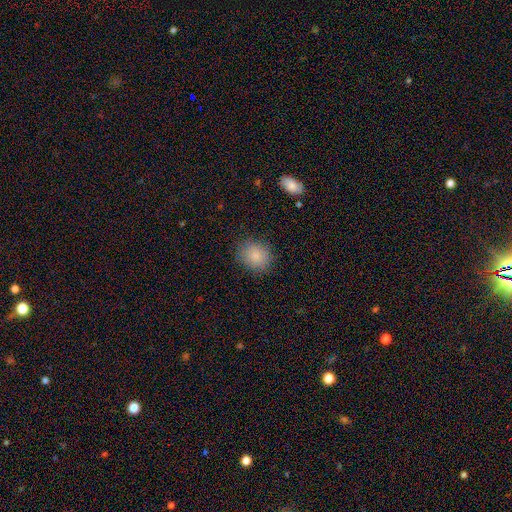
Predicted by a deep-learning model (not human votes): A smooth galaxy with no disk features (84%) that is round (68%). Merging: none (85%).